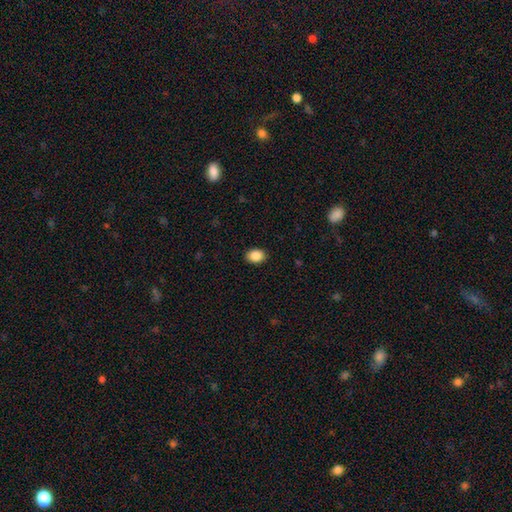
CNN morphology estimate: smooth-or-featured: smooth: 88% | star or artifact: 8% | featured or disk: 4%
  how-rounded: in between: 66% | round: 33% | cigar-shaped: 1%
  merging: none: 89% | minor disturbance: 8% | major disturbance: 2% | merger: 1%